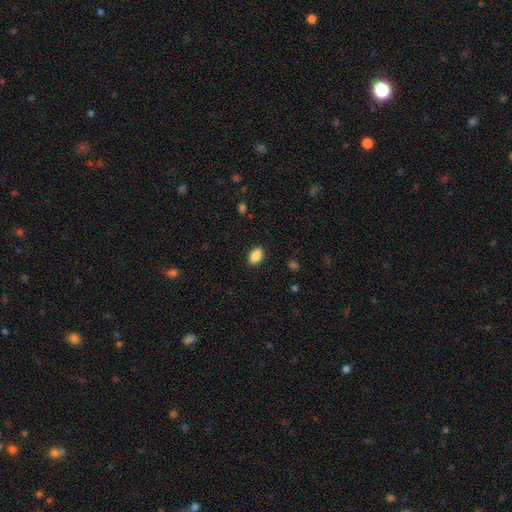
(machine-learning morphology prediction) Smooth or featured? Predicted: smooth (p=0.89). How rounded? Predicted: in between (p=0.84). Merging? Predicted: none (p=0.89).